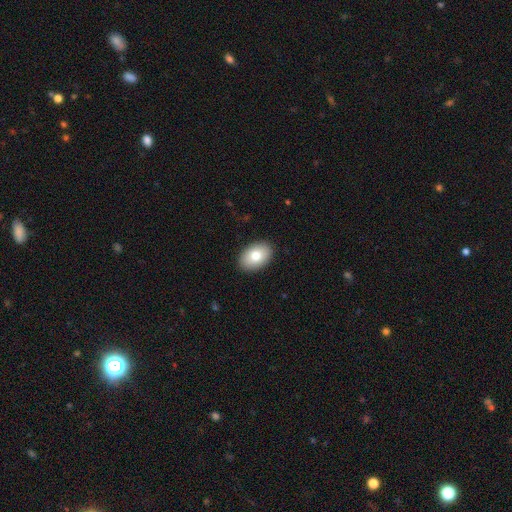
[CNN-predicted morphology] This appears to be a smooth galaxy with no disk features (79%) that is in between round and cigar-shaped (88%). Merging: none (90%).